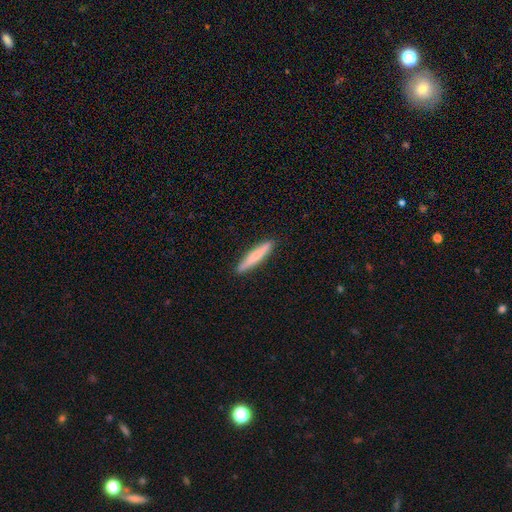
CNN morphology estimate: Smooth or featured: smooth — 65% (featured or disk — 29%)
How rounded: cigar-shaped — 93% (in between — 6%)
Merging: none — 91% (minor disturbance — 7%)